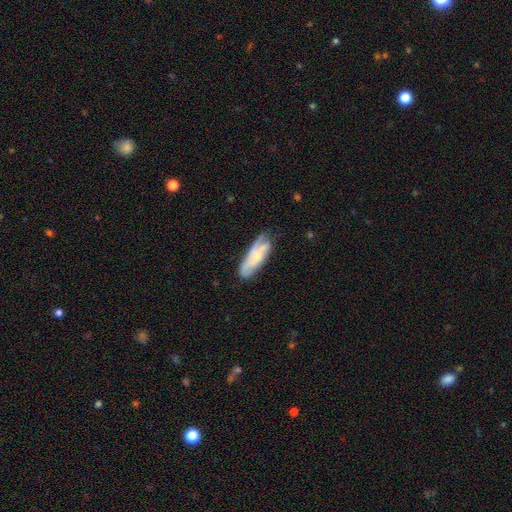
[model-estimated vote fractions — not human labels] Q: Smooth or featured?
A: featured or disk (51%); runner-up: smooth (43%)
Q: Edge-on disk?
A: no (81%); runner-up: yes (19%)
Q: Merging?
A: none (59%); runner-up: minor disturbance (27%)